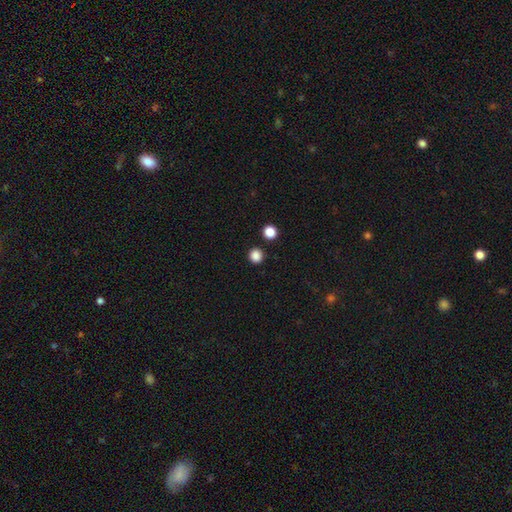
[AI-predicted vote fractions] Smooth or featured? smooth (86%)
How rounded? round (92%)
Merging? none (90%)